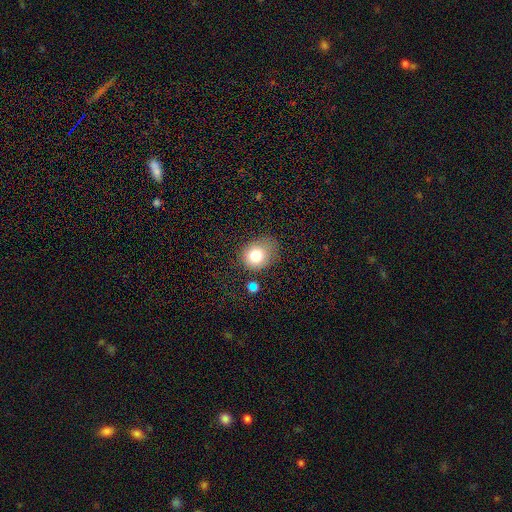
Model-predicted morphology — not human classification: A smooth galaxy with no disk features (78%) that is round (59%). Merging: none (55%).